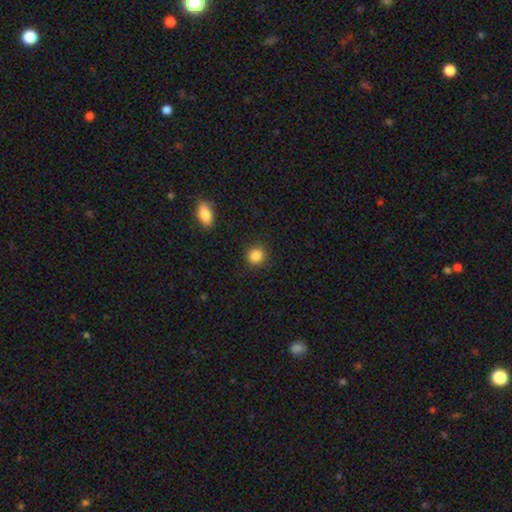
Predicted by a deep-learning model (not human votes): smooth-or-featured: smooth: 87% | star or artifact: 10% | featured or disk: 4%
  how-rounded: round: 88% | in between: 11% | cigar-shaped: 1%
  merging: none: 90% | minor disturbance: 7% | major disturbance: 2% | merger: 1%